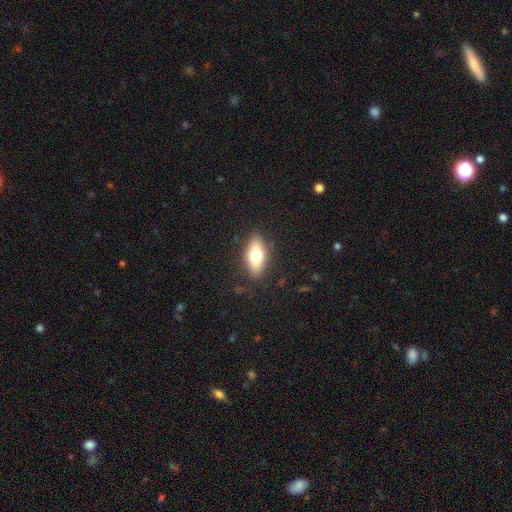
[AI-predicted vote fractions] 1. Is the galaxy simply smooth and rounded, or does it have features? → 68% smooth, 25% featured or disk, 8% star or artifact.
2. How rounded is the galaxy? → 79% in between, 16% cigar-shaped, 5% round.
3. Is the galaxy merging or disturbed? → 84% none, 11% minor disturbance, 3% major disturbance, 1% merger.